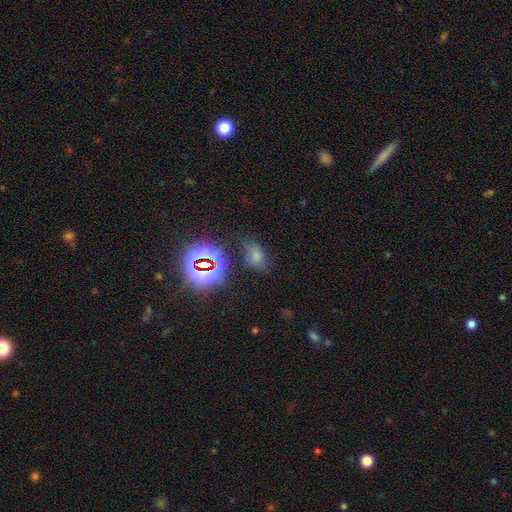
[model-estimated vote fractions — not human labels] This appears to be a smooth galaxy with no disk features (44%). Merging: none (69%).